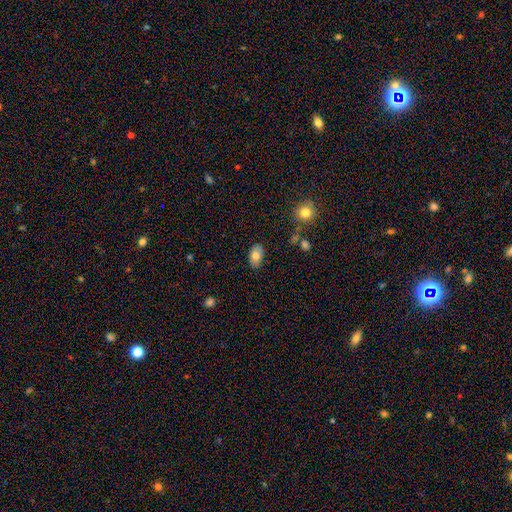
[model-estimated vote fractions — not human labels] A smooth galaxy with no disk features (77%) that is in between round and cigar-shaped (92%). Merging: none (83%).